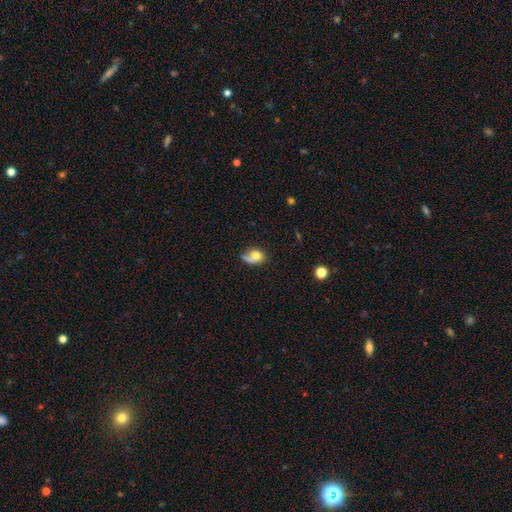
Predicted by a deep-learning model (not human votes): Smooth or featured? smooth (69%)
How rounded? in between (55%)
Merging? none (38%)